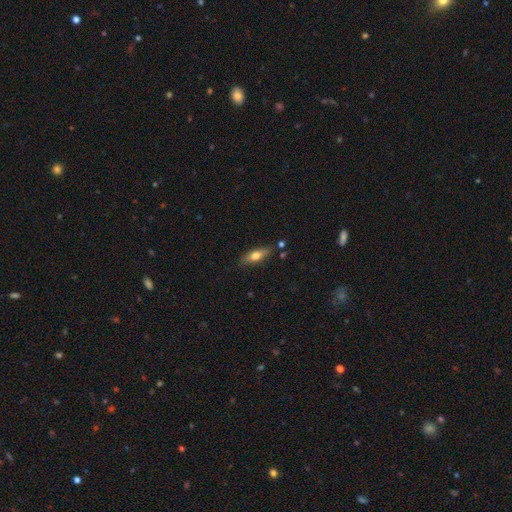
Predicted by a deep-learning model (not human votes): The model was most divided on "how rounded": in between: 61%, cigar-shaped: 37%, round: 3%. More confident: merging — none (79%); smooth or featured — smooth (68%).